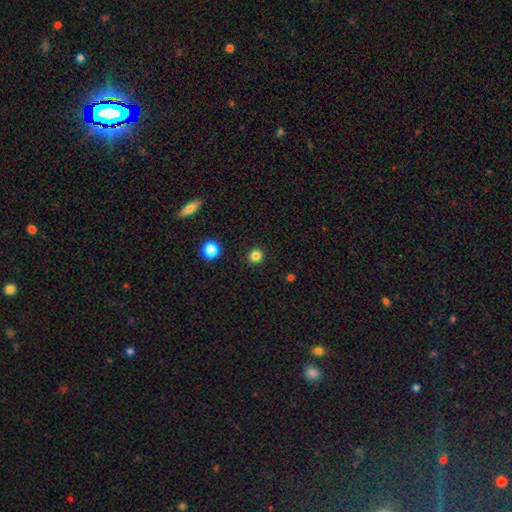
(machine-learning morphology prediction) smooth-or-featured: smooth: 82% | star or artifact: 14% | featured or disk: 4%
  how-rounded: round: 91% | in between: 8% | cigar-shaped: 1%
  merging: none: 92% | minor disturbance: 5% | major disturbance: 2% | merger: 1%